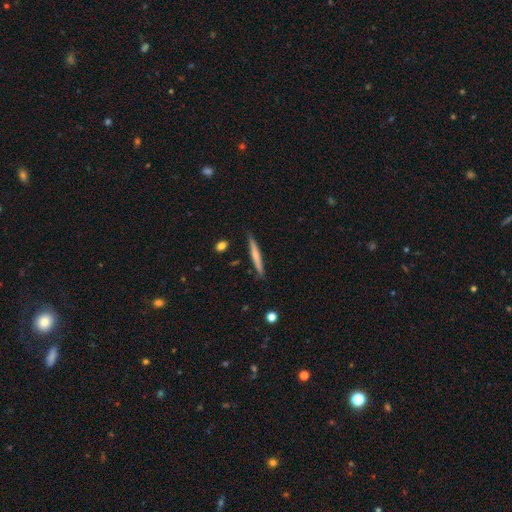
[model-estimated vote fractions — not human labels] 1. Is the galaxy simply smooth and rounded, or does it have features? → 53% smooth, 41% featured or disk, 6% star or artifact.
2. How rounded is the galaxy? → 95% cigar-shaped, 4% in between, 1% round.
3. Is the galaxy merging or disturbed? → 85% none, 11% minor disturbance, 2% major disturbance, 2% merger.